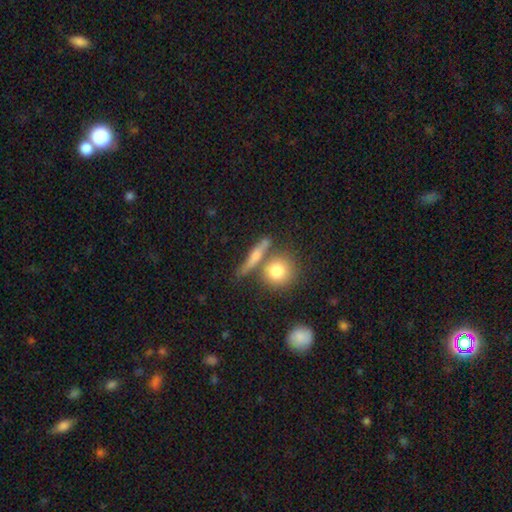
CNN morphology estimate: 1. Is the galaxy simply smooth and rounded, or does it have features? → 54% smooth, 36% featured or disk, 10% star or artifact.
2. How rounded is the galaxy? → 50% cigar-shaped, 31% round, 19% in between.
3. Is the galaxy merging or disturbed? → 68% none, 16% merger, 12% minor disturbance, 5% major disturbance.